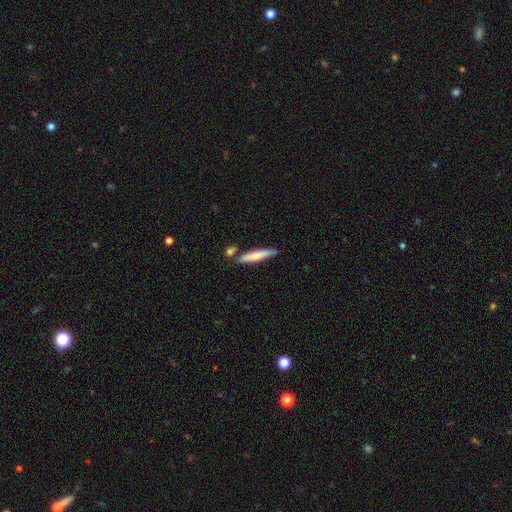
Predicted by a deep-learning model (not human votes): smooth 67%, featured or disk 28%, star or artifact 5%. Down the decision tree: how rounded — cigar-shaped (91%); merging — none (76%).